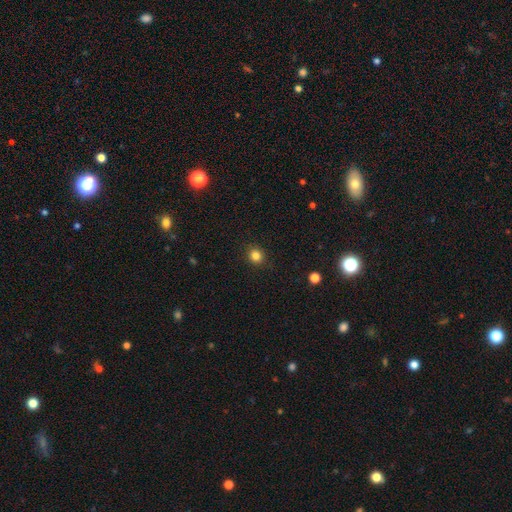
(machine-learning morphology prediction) This is clearly a smooth galaxy (84%). How rounded: clearly round (88%). Merging: clearly none (91%).